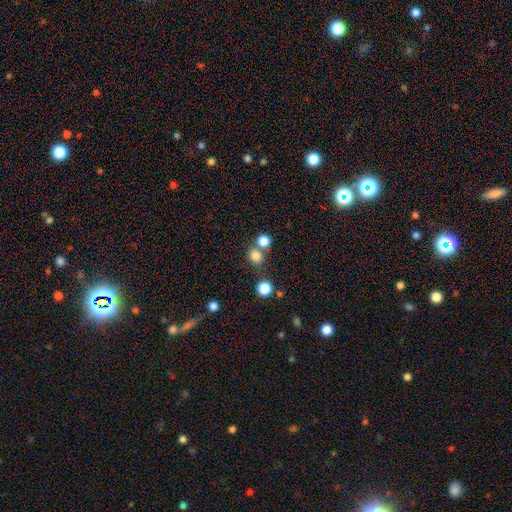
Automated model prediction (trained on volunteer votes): This appears to be a smooth galaxy with no disk features (79%) that is round (81%). Merging: none (63%).